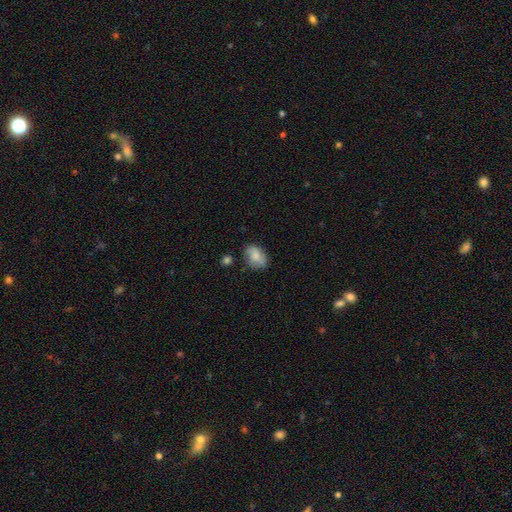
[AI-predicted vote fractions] This appears to be a smooth galaxy with no disk features (75%) that is in between round and cigar-shaped (83%). Merging: none (68%).